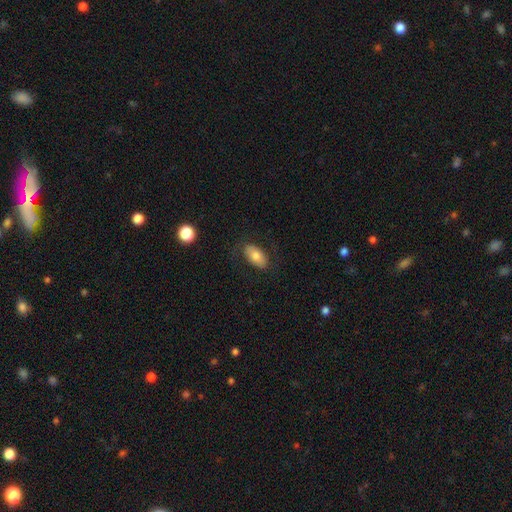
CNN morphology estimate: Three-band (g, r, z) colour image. It shows a smooth galaxy with no disk features (75%) that is in between round and cigar-shaped (93%). Merging: none (80%).